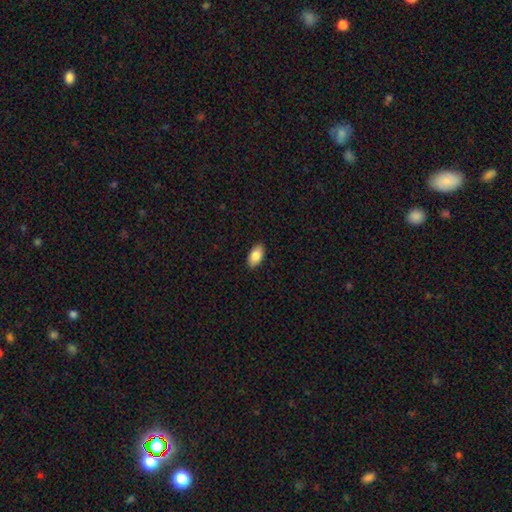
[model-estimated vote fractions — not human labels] Smooth or featured?
  - smooth: 86% *
  - featured or disk: 7%
  - star or artifact: 7%
How rounded?
  - in between: 95% *
  - round: 3%
  - cigar-shaped: 2%
Merging?
  - none: 90% *
  - minor disturbance: 7%
  - major disturbance: 2%
  - merger: 1%